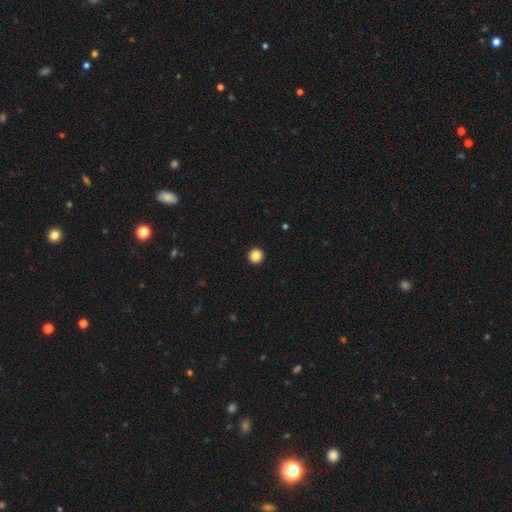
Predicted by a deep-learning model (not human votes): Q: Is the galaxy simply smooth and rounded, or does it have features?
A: smooth — 86%.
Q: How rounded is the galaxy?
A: round — 95%.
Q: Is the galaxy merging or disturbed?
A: none — 94%.